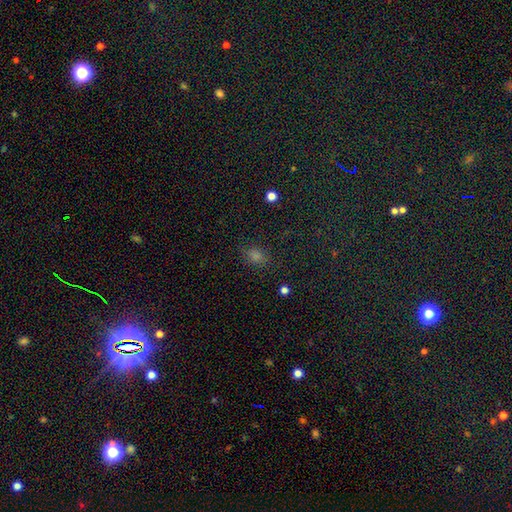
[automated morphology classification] Q: Smooth or featured?
A: smooth (61%); runner-up: star or artifact (32%)
Q: How rounded?
A: in between (59%); runner-up: round (39%)
Q: Merging?
A: none (81%); runner-up: minor disturbance (13%)